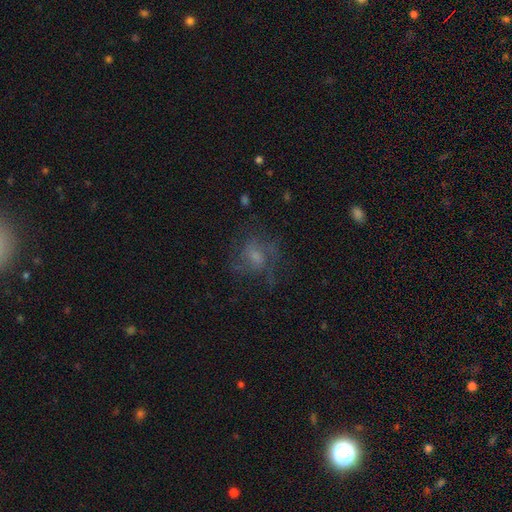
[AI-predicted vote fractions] Smooth or featured: featured or disk — 55% (smooth — 31%)
Edge-on disk: no — 97% (yes — 3%)
Bar: no — 58% (weak — 36%)
Spiral arms: yes — 76% (no — 24%)
Bulge size: moderate — 38% (small — 36%)
Merging: none — 59% (major disturbance — 21%)